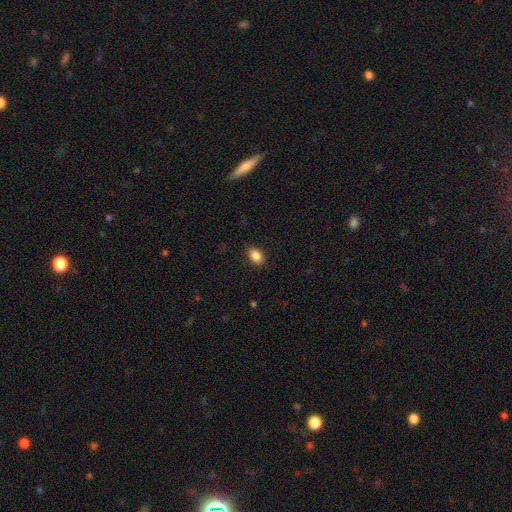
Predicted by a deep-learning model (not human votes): smooth 87%, star or artifact 9%, featured or disk 4%. Down the decision tree: how rounded — in between (77%); merging — none (88%).